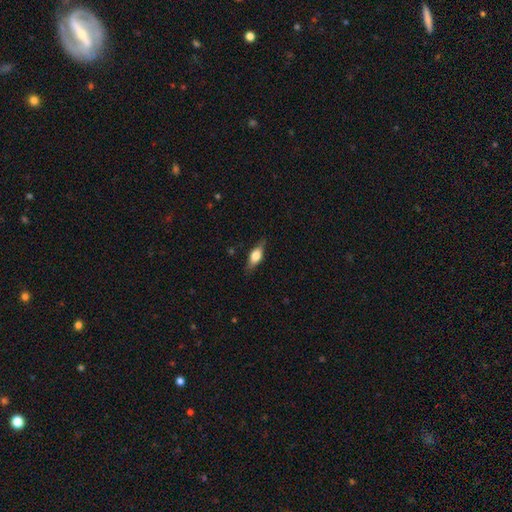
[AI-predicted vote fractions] Q: Smooth or featured?
A: smooth (57%); runner-up: featured or disk (36%)
Q: How rounded?
A: in between (69%); runner-up: cigar-shaped (25%)
Q: Merging?
A: none (80%); runner-up: minor disturbance (15%)